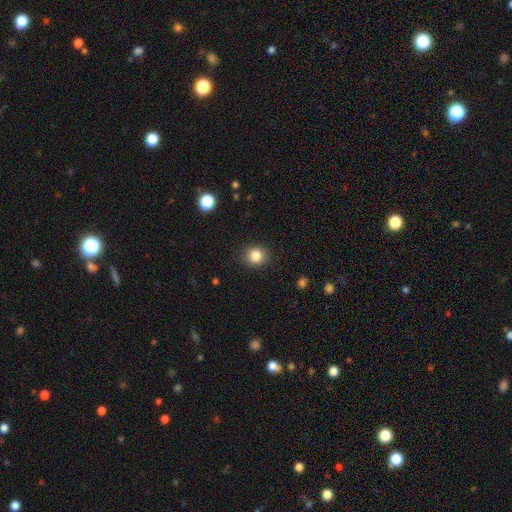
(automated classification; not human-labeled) A smooth galaxy with no disk features (84%) that is round (86%). Merging: none (89%).